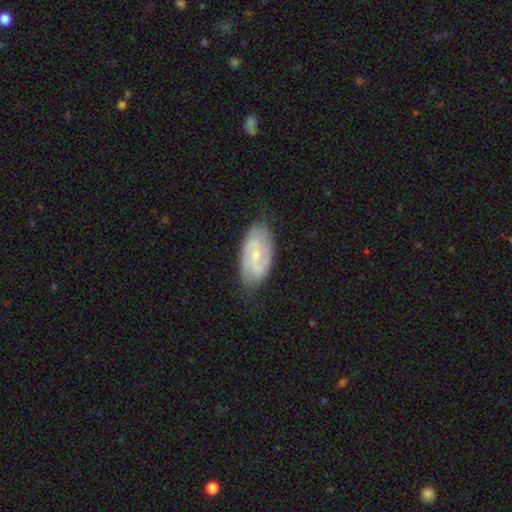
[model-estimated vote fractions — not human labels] featured or disk 74%, smooth 21%, star or artifact 5%. Down the decision tree: edge-on disk — no (95%); bar — weak (52%); spiral arms — yes (92%); spiral arm count — 2 (78%); spiral winding — medium (46%); bulge size — small (64%); merging — none (76%).